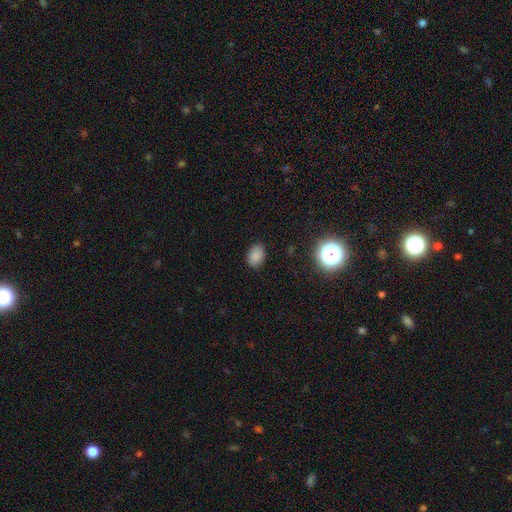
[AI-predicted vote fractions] smooth_or_featured: smooth (p=0.82) [alt: star or artifact p=0.13]
how_rounded: in between (p=0.79) [alt: round p=0.20]
merging: none (p=0.86) [alt: minor disturbance p=0.10]